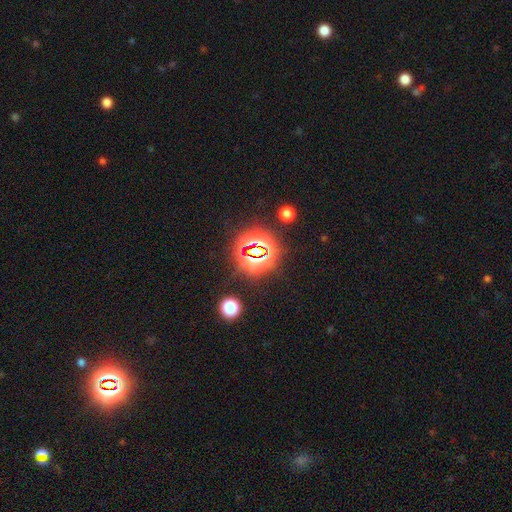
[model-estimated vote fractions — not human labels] Smooth or featured: star or artifact — 75% (smooth — 16%)